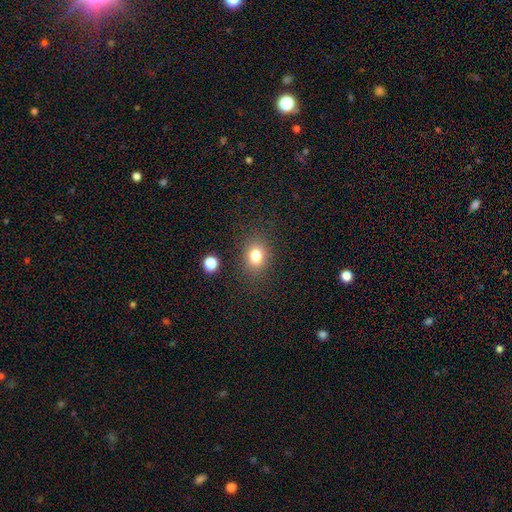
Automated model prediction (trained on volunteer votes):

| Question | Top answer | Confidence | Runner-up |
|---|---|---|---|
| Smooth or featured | smooth | 79% | star or artifact (12%) |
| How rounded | in between | 53% | round (46%) |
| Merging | none | 83% | minor disturbance (10%) |